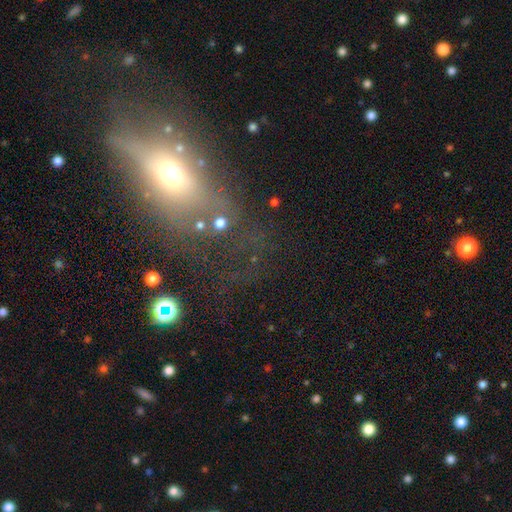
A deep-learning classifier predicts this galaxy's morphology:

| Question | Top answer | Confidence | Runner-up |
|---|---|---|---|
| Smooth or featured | smooth | 37% | featured or disk (34%) |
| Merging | none | 46% | major disturbance (28%) |